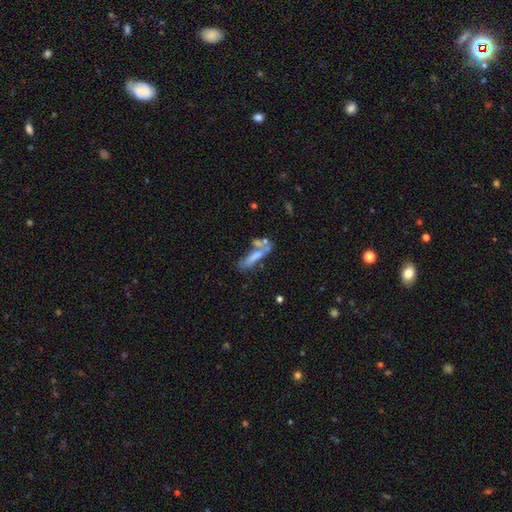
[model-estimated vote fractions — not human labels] smooth-or-featured: smooth: 52% | featured or disk: 37% | star or artifact: 10%
  how-rounded: cigar-shaped: 71% | in between: 27% | round: 2%
  merging: none: 35% | merger: 30% | minor disturbance: 19% | major disturbance: 16%